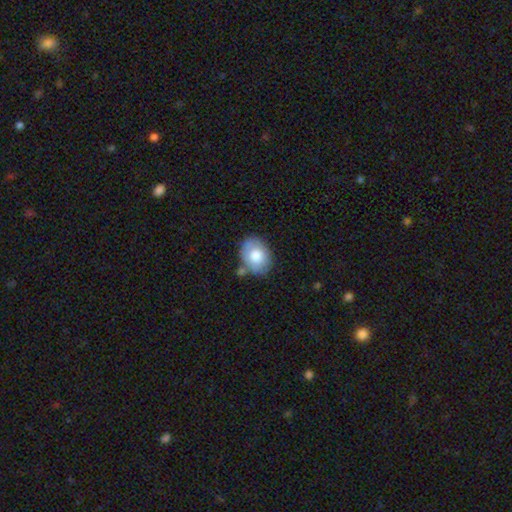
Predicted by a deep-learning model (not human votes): The model was most divided on "how rounded": in between: 69%, round: 30%, cigar-shaped: 1%. More confident: smooth or featured — smooth (73%); merging — none (66%).